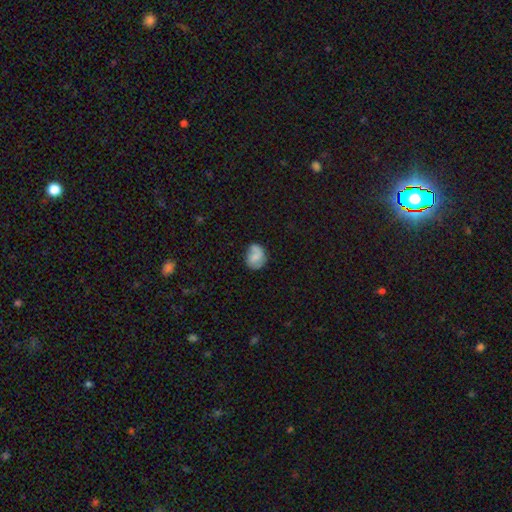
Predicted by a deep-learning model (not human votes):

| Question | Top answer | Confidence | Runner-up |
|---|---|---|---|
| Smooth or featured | smooth | 61% | featured or disk (30%) |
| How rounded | round | 54% | in between (45%) |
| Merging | none | 62% | minor disturbance (27%) |